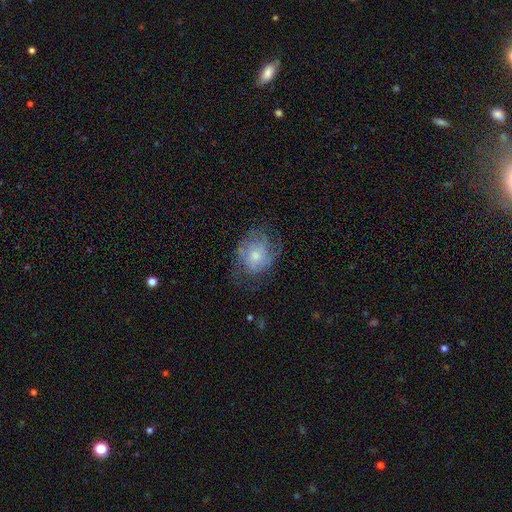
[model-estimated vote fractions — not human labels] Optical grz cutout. It shows a featured or disk galaxy (53%) with no bar (80%), spiral arms (70%) and a moderate central bulge (45%). Merging: none (54%).